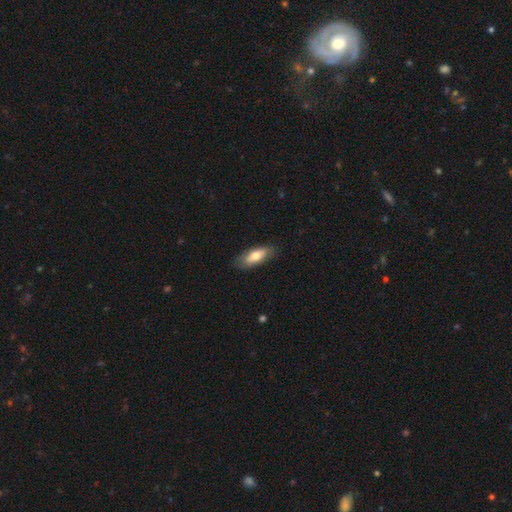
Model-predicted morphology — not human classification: Smooth or featured? Predicted: smooth (p=0.69). How rounded? Predicted: in between (p=0.75). Merging? Predicted: none (p=0.79).